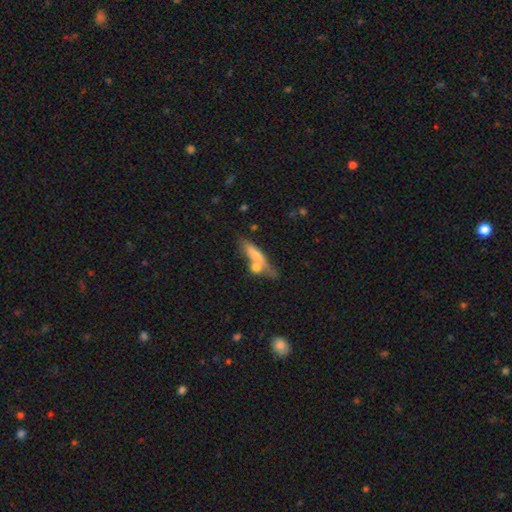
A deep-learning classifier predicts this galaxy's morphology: smooth_or_featured: smooth (p=0.60) [alt: featured or disk p=0.32]
how_rounded: cigar-shaped (p=0.77) [alt: in between p=0.19]
merging: none (p=0.52) [alt: merger p=0.26]